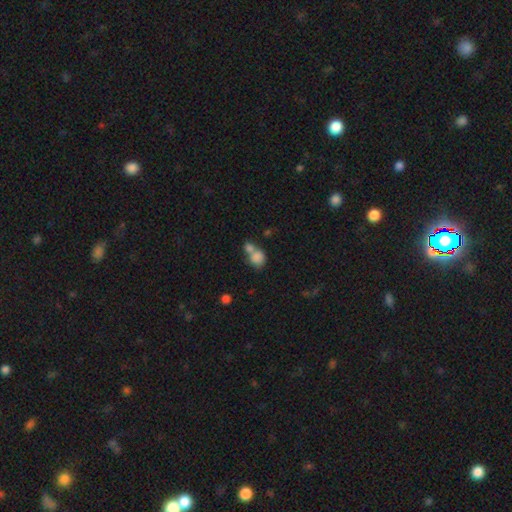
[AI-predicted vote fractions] smooth 82%, star or artifact 9%, featured or disk 9%. Down the decision tree: how rounded — round (67%); merging — merger (59%).